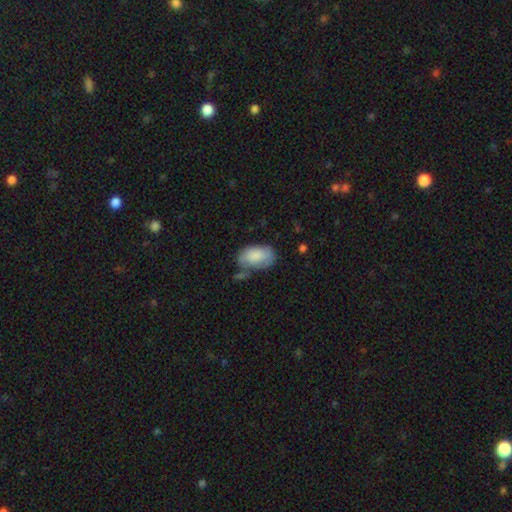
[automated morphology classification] Q: Smooth or featured?
A: smooth (81%); runner-up: featured or disk (13%)
Q: How rounded?
A: in between (94%); runner-up: round (5%)
Q: Merging?
A: none (48%); runner-up: minor disturbance (29%)